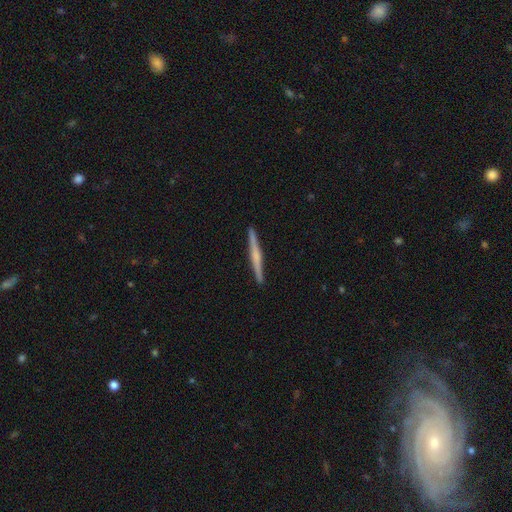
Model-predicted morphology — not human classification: A featured or disk galaxy (64%) viewed edge-on (98%) with a rounded central bulge (54%). Merging: none (93%).